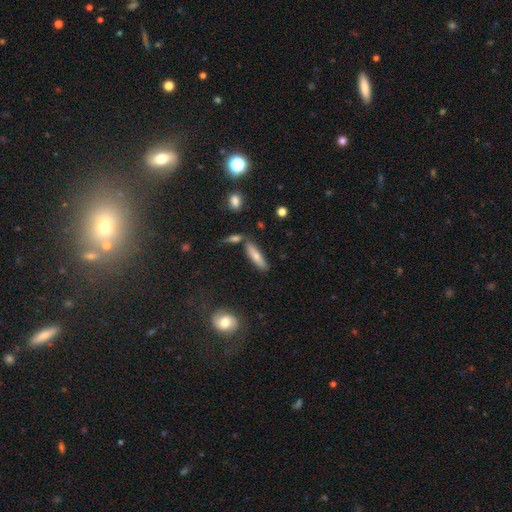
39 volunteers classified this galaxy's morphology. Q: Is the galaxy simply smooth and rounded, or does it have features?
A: smooth — 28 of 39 (72%).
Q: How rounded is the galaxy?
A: cigar-shaped — 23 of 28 (82%).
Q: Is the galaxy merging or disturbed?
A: none — 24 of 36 (67%).